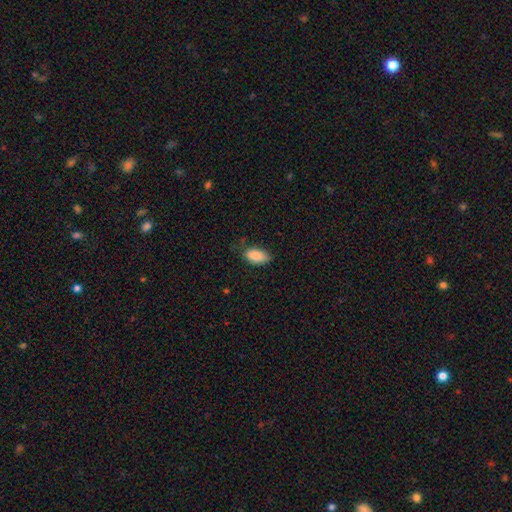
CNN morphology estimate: Q: Smooth or featured?
A: smooth (87%); runner-up: star or artifact (7%)
Q: How rounded?
A: in between (93%); runner-up: cigar-shaped (4%)
Q: Merging?
A: none (69%); runner-up: minor disturbance (25%)